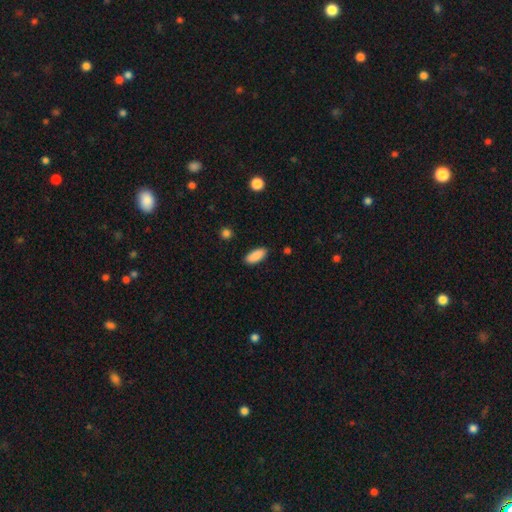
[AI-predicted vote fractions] Smooth or featured? smooth (89%)
How rounded? in between (82%)
Merging? none (88%)